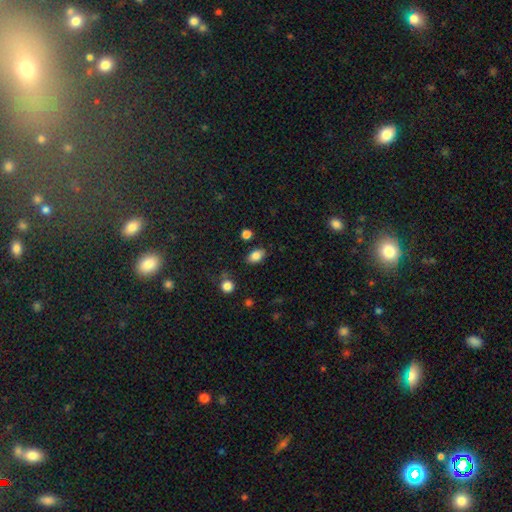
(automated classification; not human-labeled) A smooth galaxy with no disk features (84%) that is in between round and cigar-shaped (85%).

Vote fractions:
- Smooth or featured? smooth: 84% / star or artifact: 10% / featured or disk: 6%
- How rounded? in between: 85% / round: 13% / cigar-shaped: 2%
- Merging? none: 81% / minor disturbance: 13% / major disturbance: 3% / merger: 3%